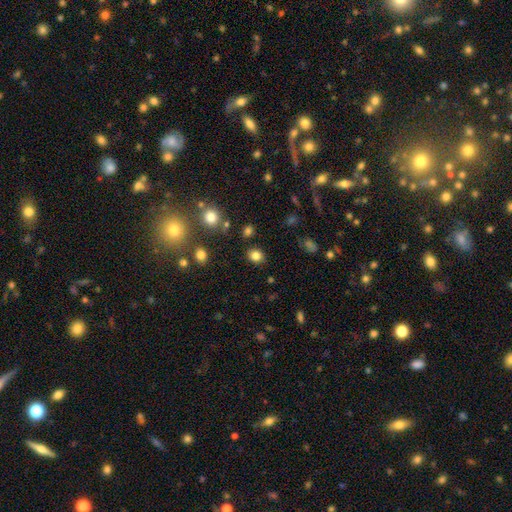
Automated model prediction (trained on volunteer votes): Smooth or featured?
  - smooth: 82% *
  - star or artifact: 12%
  - featured or disk: 6%
How rounded?
  - round: 61% *
  - in between: 38%
  - cigar-shaped: 1%
Merging?
  - none: 86% *
  - minor disturbance: 9%
  - major disturbance: 3%
  - merger: 3%